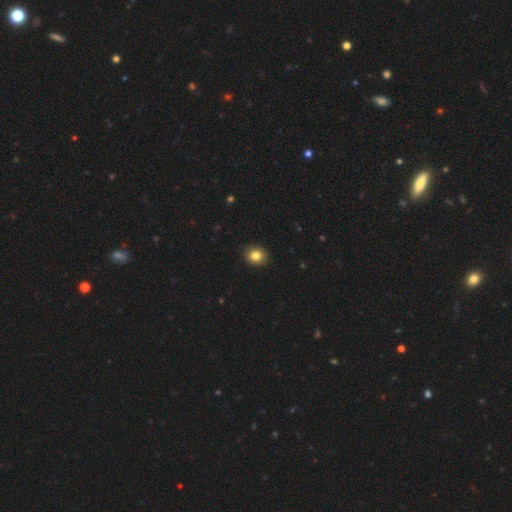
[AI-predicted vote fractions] Smooth or featured? smooth (84%)
How rounded? round (66%)
Merging? none (90%)